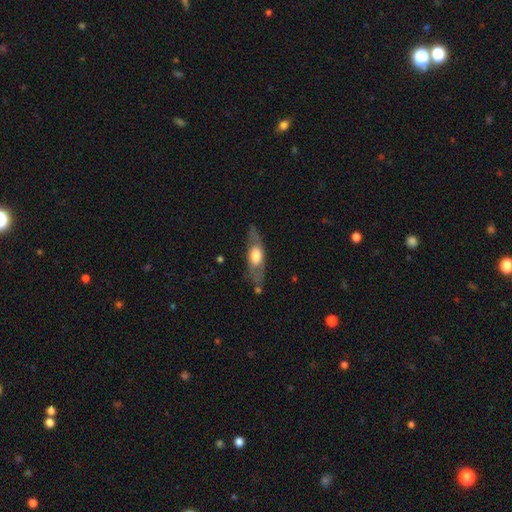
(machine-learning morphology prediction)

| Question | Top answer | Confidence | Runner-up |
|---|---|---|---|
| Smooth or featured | featured or disk | 52% | smooth (42%) |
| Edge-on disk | yes | 55% | no (45%) |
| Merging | none | 70% | minor disturbance (19%) |